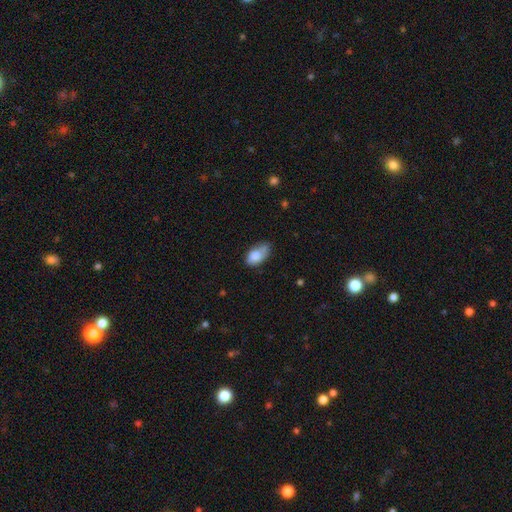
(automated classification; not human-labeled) smooth 77%, featured or disk 16%, star or artifact 7%. Down the decision tree: how rounded — in between (91%); merging — none (41%).